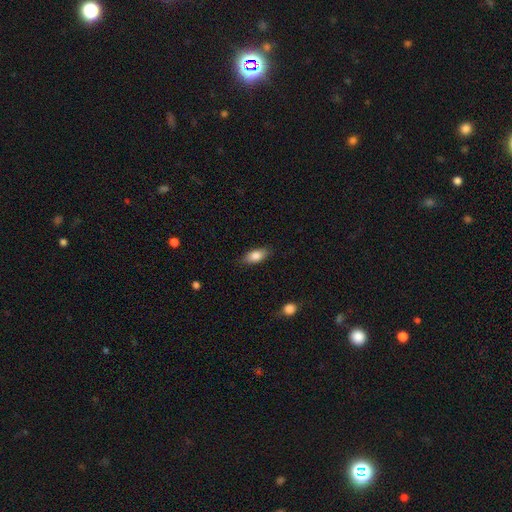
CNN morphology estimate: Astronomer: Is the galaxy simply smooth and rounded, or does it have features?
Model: smooth — 83%.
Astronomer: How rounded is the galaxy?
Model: in between — 85%.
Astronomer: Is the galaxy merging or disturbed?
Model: none — 84%.